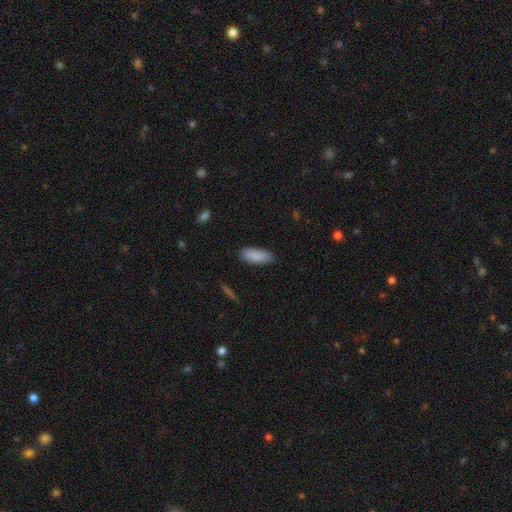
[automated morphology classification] smooth 89%, star or artifact 6%, featured or disk 4%. Down the decision tree: how rounded — in between (79%); merging — none (84%).